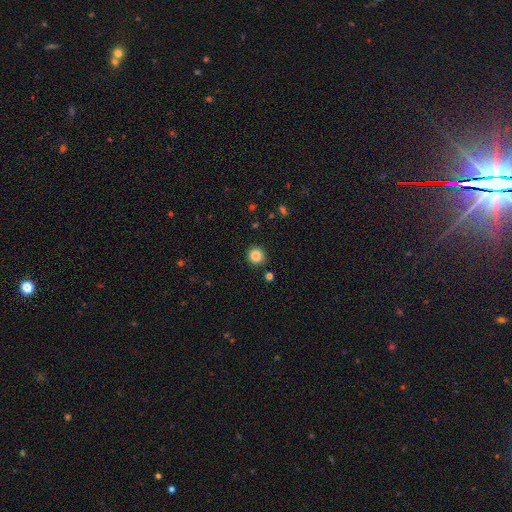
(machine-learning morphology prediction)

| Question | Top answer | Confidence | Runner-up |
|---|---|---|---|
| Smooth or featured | smooth | 85% | star or artifact (11%) |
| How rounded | round | 94% | in between (5%) |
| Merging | none | 89% | minor disturbance (6%) |